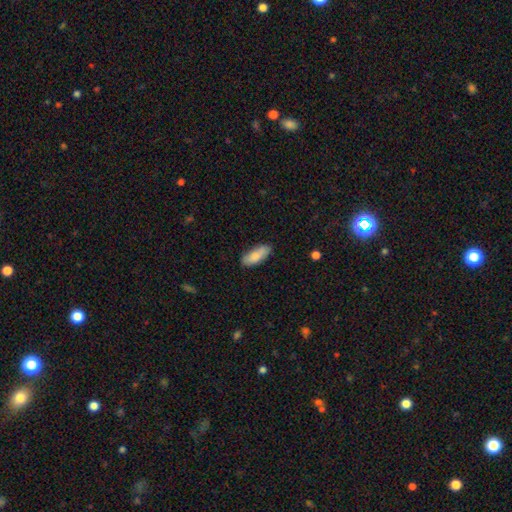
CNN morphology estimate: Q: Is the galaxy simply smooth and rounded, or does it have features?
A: smooth — 80%.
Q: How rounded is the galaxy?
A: in between — 79%.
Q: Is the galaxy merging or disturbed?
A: none — 78%.